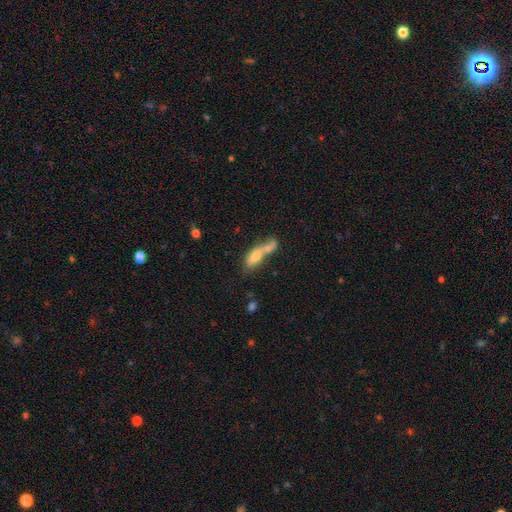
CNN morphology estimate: The model was most divided on "how rounded": in between: 51%, cigar-shaped: 44%, round: 4%. More confident: smooth or featured — smooth (66%); merging — merger (54%).